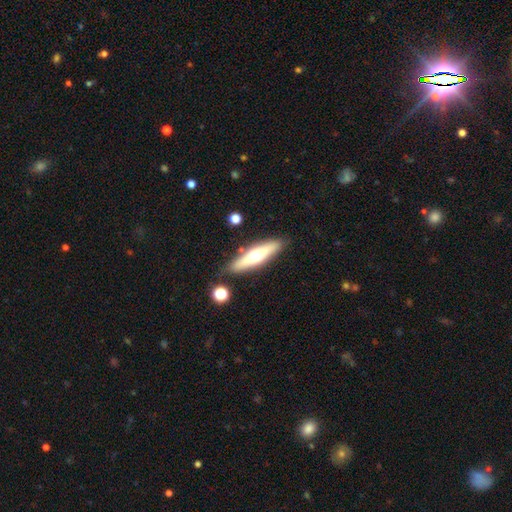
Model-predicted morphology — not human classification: Smooth or featured? Predicted: featured or disk (p=0.48). Merging? Predicted: none (p=0.82).